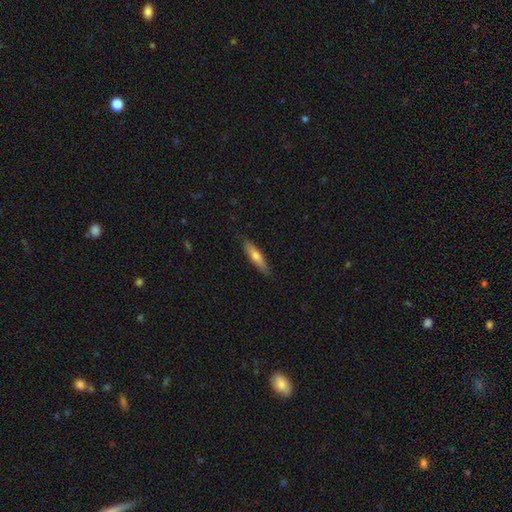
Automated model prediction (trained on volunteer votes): A smooth galaxy with no disk features (62%) that is cigar-shaped (74%). Merging: none (86%).